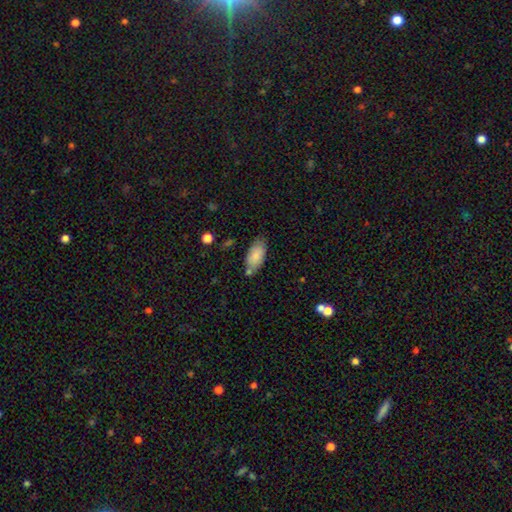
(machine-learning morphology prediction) This is clearly a smooth galaxy (82%). How rounded: clearly in between (92%). Merging: likely none (66%).